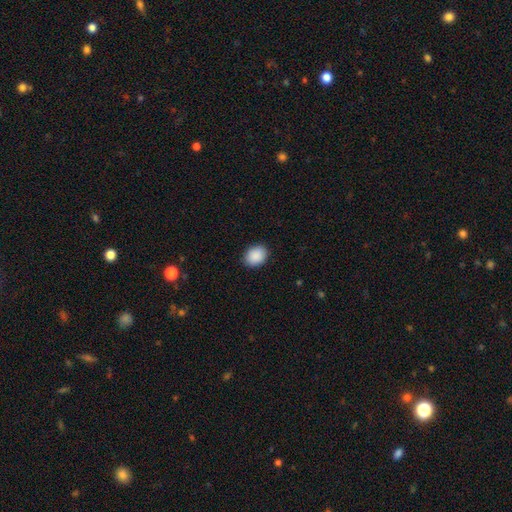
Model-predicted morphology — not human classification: Overall: smooth (90%). How rounded: in between (61%; round 38%). Merging: none (88%).